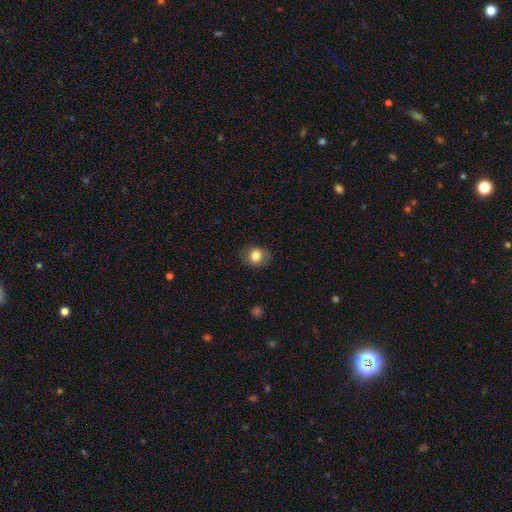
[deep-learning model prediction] smooth-or-featured: smooth: 80% | featured or disk: 11% | star or artifact: 9%
  how-rounded: round: 58% | in between: 41% | cigar-shaped: 1%
  merging: none: 80% | minor disturbance: 14% | major disturbance: 5% | merger: 1%